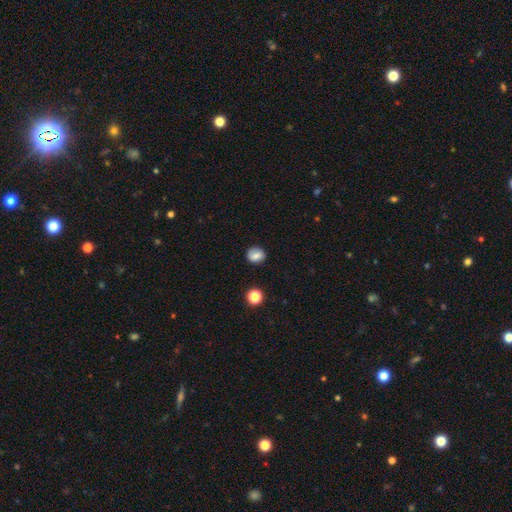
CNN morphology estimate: Smooth or featured? smooth (80%)
How rounded? round (69%)
Merging? none (84%)